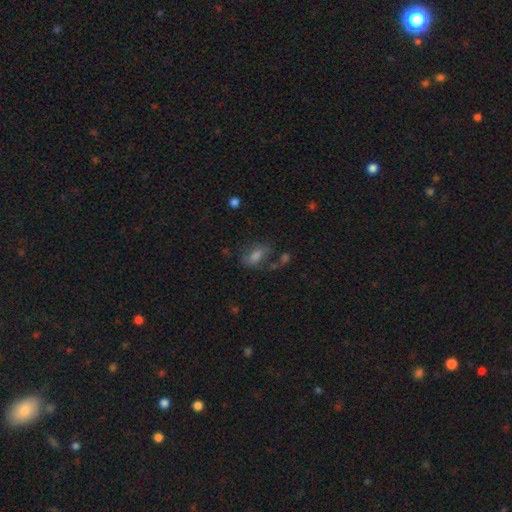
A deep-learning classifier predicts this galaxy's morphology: Smooth or featured? Predicted: smooth (p=0.57). How rounded? Predicted: in between (p=0.81). Merging? Predicted: none (p=0.56).